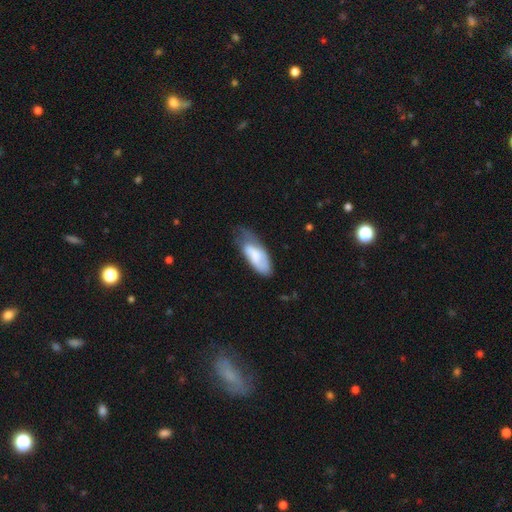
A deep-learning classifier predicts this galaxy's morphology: Smooth or featured? smooth (68%)
How rounded? in between (81%)
Merging? minor disturbance (42%)